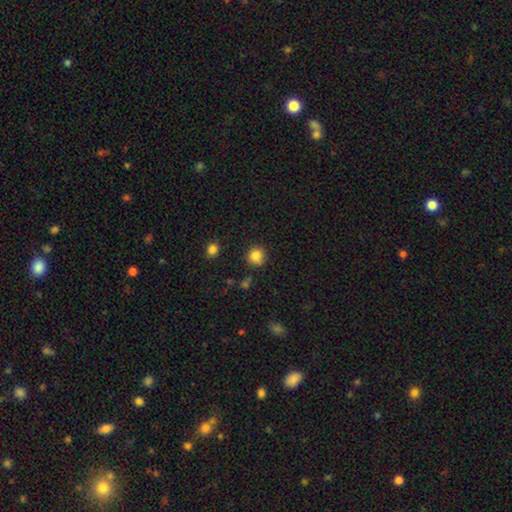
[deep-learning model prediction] The model was most divided on "merging": none: 75%, minor disturbance: 17%, merger: 5%, major disturbance: 4%. More confident: how rounded — round (87%); smooth or featured — smooth (83%).